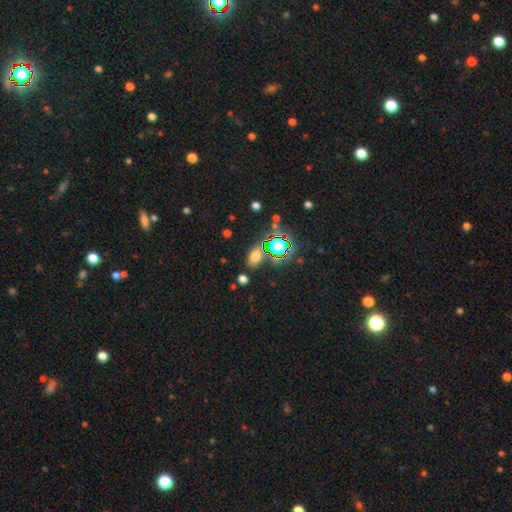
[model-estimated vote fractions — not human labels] Smooth or featured?
  - smooth: 64% *
  - star or artifact: 27%
  - featured or disk: 8%
How rounded?
  - in between: 82% *
  - round: 15%
  - cigar-shaped: 3%
Merging?
  - none: 78% *
  - minor disturbance: 12%
  - merger: 6%
  - major disturbance: 5%